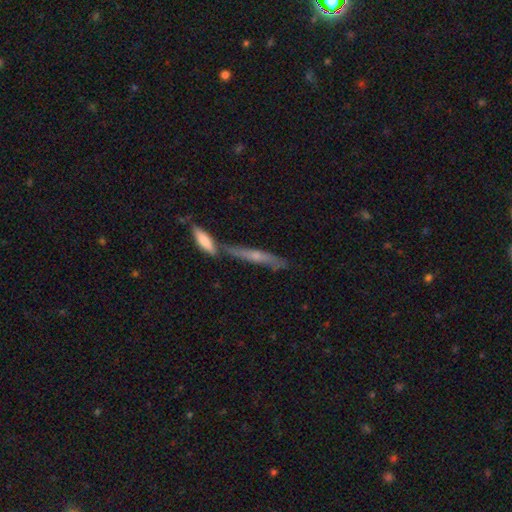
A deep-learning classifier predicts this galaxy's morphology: type=featured or disk (53%); edge-on=yes (83%); merging=none (60%).